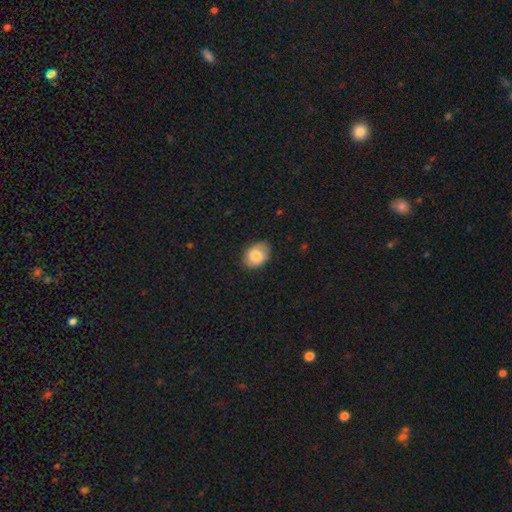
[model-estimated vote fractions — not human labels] Smooth or featured: smooth — 73% (featured or disk — 20%)
How rounded: in between — 77% (round — 22%)
Merging: none — 81% (minor disturbance — 14%)